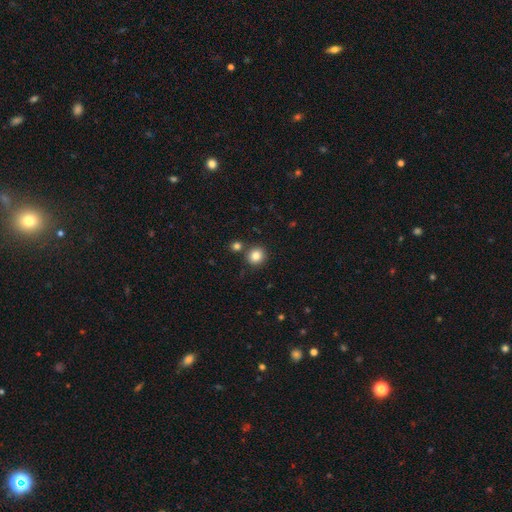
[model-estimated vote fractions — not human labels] smooth-or-featured: smooth: 84% | star or artifact: 10% | featured or disk: 5%
  how-rounded: round: 89% | in between: 11% | cigar-shaped: 1%
  merging: none: 81% | merger: 9% | minor disturbance: 7% | major disturbance: 2%